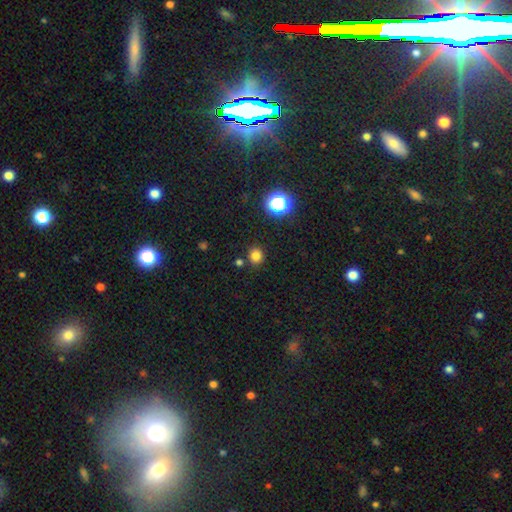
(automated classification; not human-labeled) Smooth or featured?
  - smooth: 79% *
  - star or artifact: 16%
  - featured or disk: 5%
How rounded?
  - round: 87% *
  - in between: 12%
  - cigar-shaped: 1%
Merging?
  - none: 84% *
  - minor disturbance: 8%
  - merger: 5%
  - major disturbance: 3%